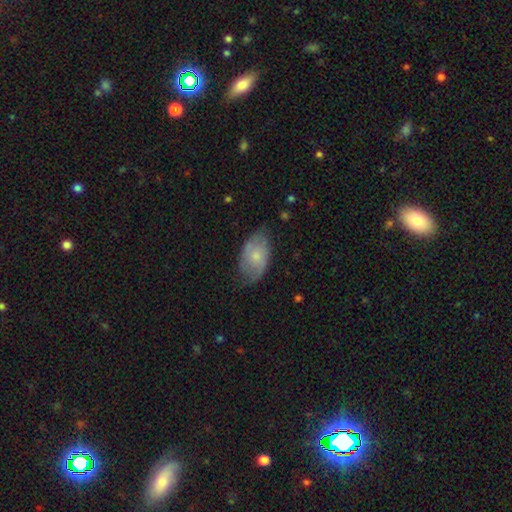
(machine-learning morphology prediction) A smooth galaxy with no disk features (54%) that is in between round and cigar-shaped (91%).

Vote fractions:
- Smooth or featured? smooth: 54% / featured or disk: 39% / star or artifact: 6%
- How rounded? in between: 91% / round: 7% / cigar-shaped: 2%
- Merging? none: 62% / minor disturbance: 28% / major disturbance: 8% / merger: 1%